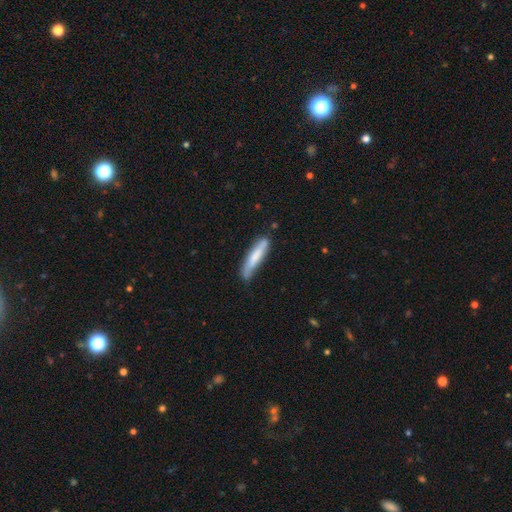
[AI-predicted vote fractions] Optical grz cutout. It shows a smooth galaxy with no disk features (72%) that is cigar-shaped (88%). Merging: none (70%).